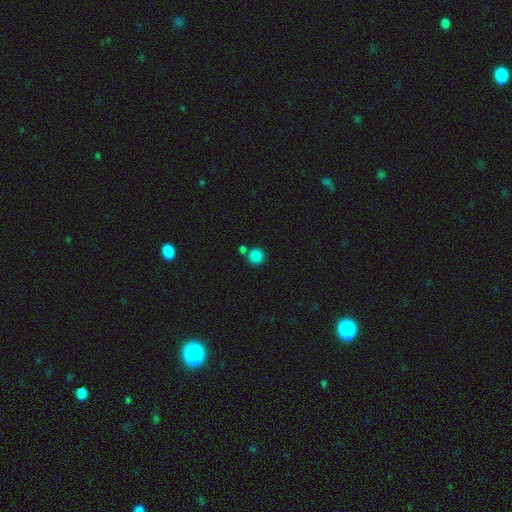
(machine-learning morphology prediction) This appears to be a smooth galaxy with no disk features (86%) that is round (91%). Merging: none (67%).